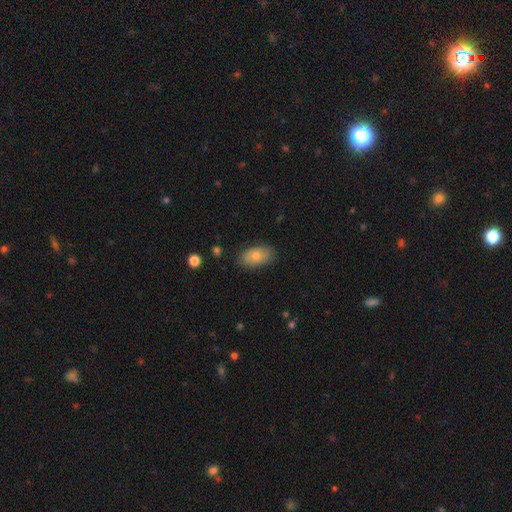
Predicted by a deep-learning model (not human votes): Smooth or featured? Predicted: smooth (p=0.73). How rounded? Predicted: in between (p=0.91). Merging? Predicted: none (p=0.84).